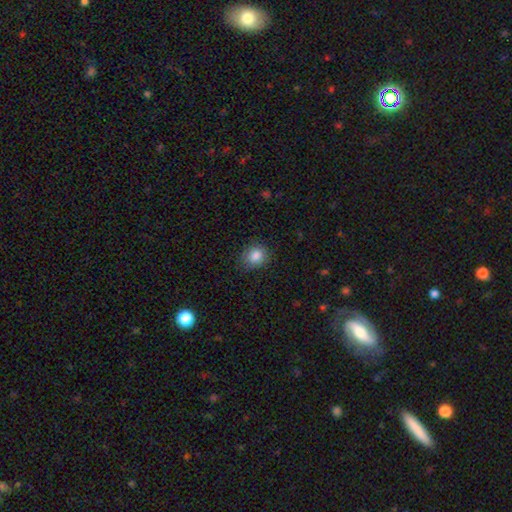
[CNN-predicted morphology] Smooth or featured?
  - smooth: 86% *
  - star or artifact: 9%
  - featured or disk: 5%
How rounded?
  - round: 67% *
  - in between: 32%
  - cigar-shaped: 1%
Merging?
  - none: 78% *
  - minor disturbance: 17%
  - major disturbance: 4%
  - merger: 1%